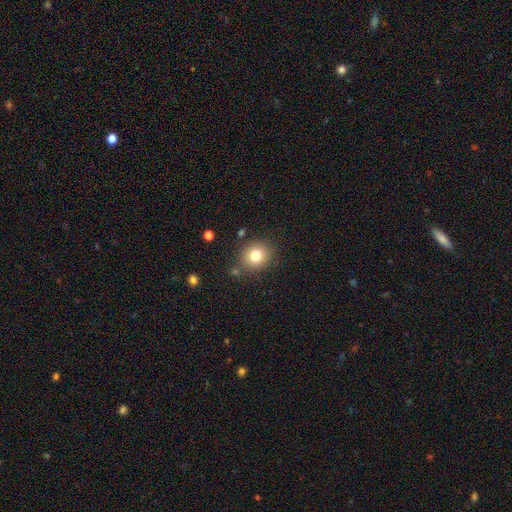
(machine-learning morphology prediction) Smooth or featured?
  - smooth: 79% *
  - star or artifact: 12%
  - featured or disk: 9%
How rounded?
  - round: 80% *
  - in between: 19%
  - cigar-shaped: 1%
Merging?
  - none: 83% *
  - minor disturbance: 10%
  - merger: 4%
  - major disturbance: 3%